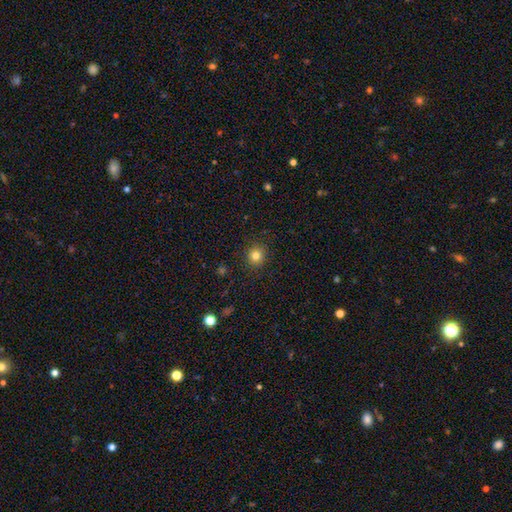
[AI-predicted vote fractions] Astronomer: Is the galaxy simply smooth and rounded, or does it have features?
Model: smooth — 82%.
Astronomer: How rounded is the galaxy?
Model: round — 89%.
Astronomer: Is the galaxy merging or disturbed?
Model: none — 91%.